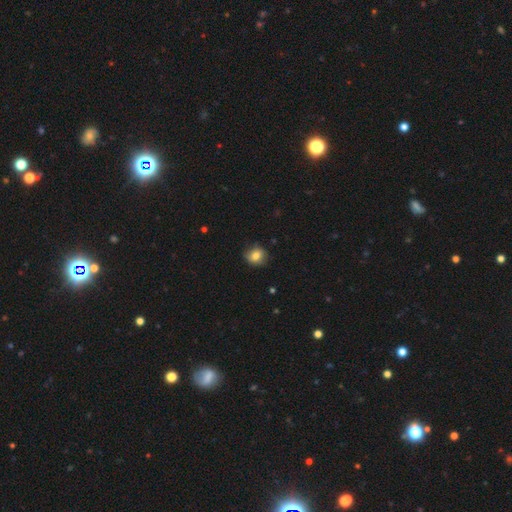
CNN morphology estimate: Smooth or featured? Predicted: smooth (p=0.76). How rounded? Predicted: round (p=0.70). Merging? Predicted: none (p=0.74).